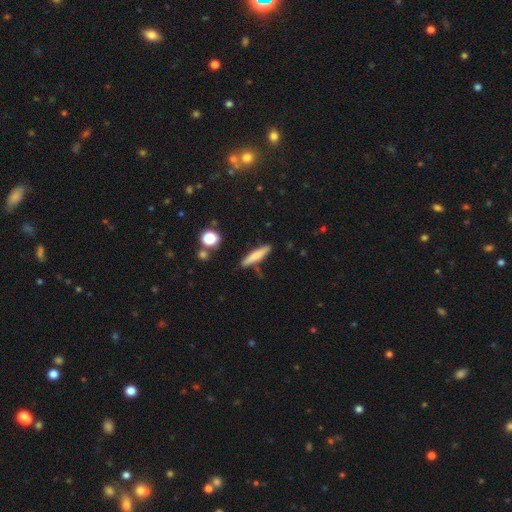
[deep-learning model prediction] Smooth or featured?
  - smooth: 71% *
  - featured or disk: 21%
  - star or artifact: 7%
How rounded?
  - cigar-shaped: 88% *
  - in between: 10%
  - round: 2%
Merging?
  - none: 82% *
  - minor disturbance: 12%
  - merger: 3%
  - major disturbance: 3%